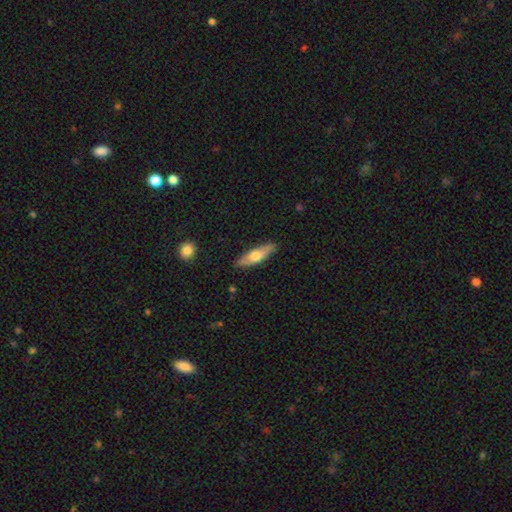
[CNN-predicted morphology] Smooth or featured: smooth — 55% (featured or disk — 39%)
How rounded: cigar-shaped — 60% (in between — 38%)
Merging: none — 87% (minor disturbance — 10%)